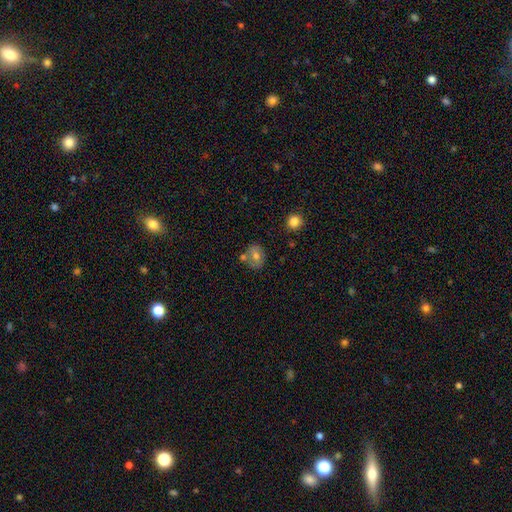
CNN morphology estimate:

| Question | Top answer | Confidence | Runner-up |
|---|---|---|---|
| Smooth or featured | smooth | 65% | featured or disk (25%) |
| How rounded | round | 58% | in between (40%) |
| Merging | none | 65% | merger (16%) |